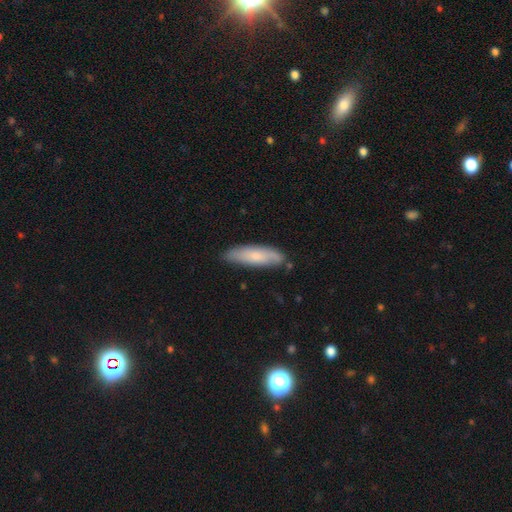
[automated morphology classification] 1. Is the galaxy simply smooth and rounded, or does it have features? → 65% smooth, 28% featured or disk, 6% star or artifact.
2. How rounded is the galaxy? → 64% cigar-shaped, 35% in between, 2% round.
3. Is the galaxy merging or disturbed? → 78% none, 18% minor disturbance, 3% major disturbance, 2% merger.